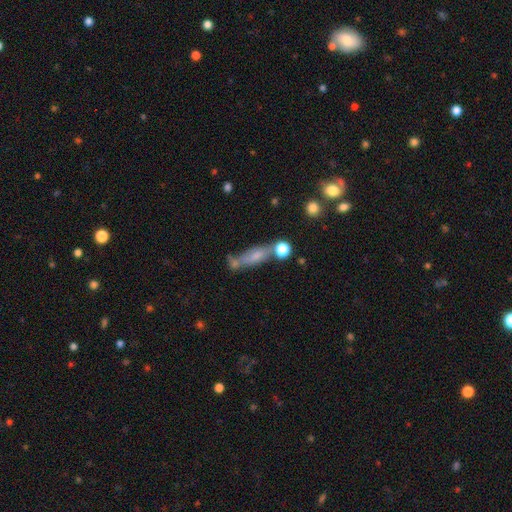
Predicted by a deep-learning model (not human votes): The model was most divided on "how rounded": cigar-shaped: 51%, in between: 43%, round: 7%. Remaining: smooth or featured — smooth (55%); merging — none (41%).